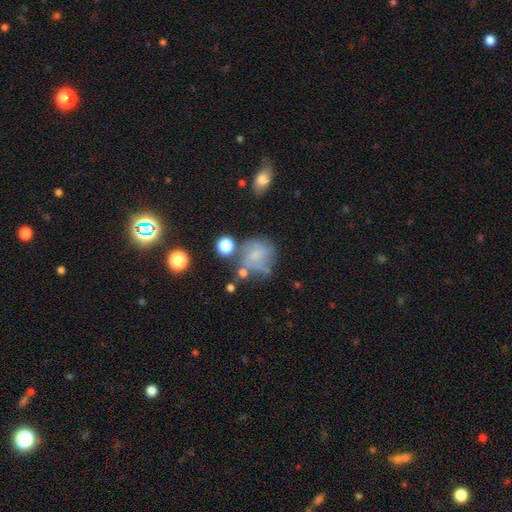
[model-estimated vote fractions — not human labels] This appears to be a smooth galaxy with no disk features (50%) that is round (75%). Merging: none (42%).